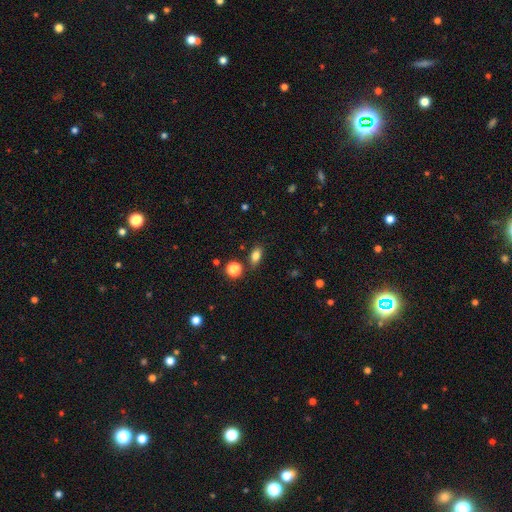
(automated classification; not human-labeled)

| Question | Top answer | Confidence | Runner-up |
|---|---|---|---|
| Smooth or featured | smooth | 81% | star or artifact (11%) |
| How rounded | in between | 82% | round (14%) |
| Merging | none | 80% | minor disturbance (11%) |